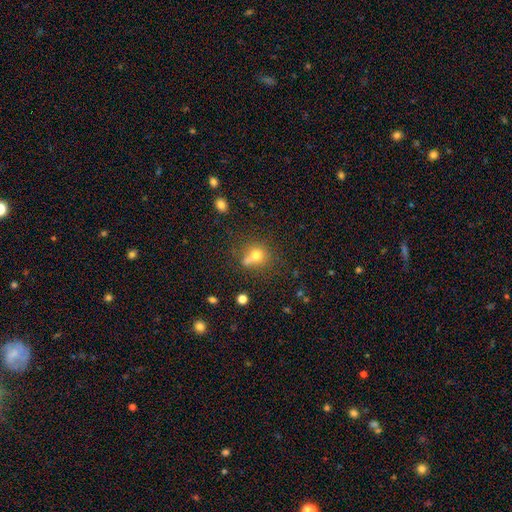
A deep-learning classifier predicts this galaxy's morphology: This appears to be a smooth galaxy with no disk features (71%) that is round (77%). Merging: none (49%).